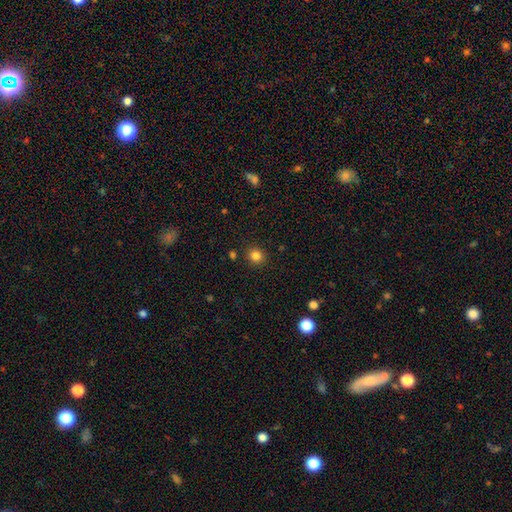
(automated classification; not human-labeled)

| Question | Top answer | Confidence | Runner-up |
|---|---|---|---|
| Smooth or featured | smooth | 83% | star or artifact (12%) |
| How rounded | round | 86% | in between (13%) |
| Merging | none | 88% | minor disturbance (7%) |